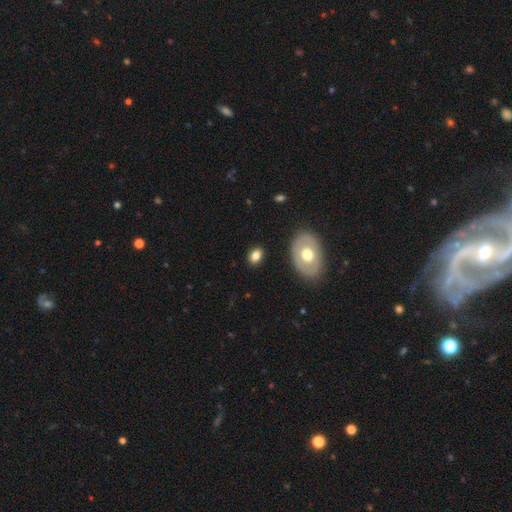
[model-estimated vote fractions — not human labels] smooth 74%, featured or disk 17%, star or artifact 9%. Down the decision tree: how rounded — in between (78%); merging — none (84%).